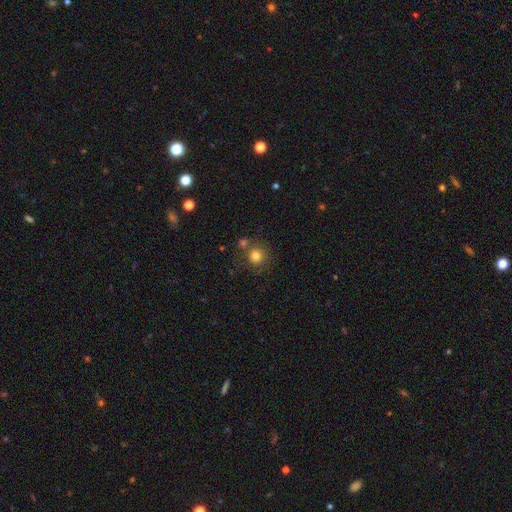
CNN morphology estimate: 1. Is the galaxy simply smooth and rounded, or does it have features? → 81% smooth, 11% star or artifact, 8% featured or disk.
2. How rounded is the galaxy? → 92% round, 7% in between, 1% cigar-shaped.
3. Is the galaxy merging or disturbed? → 68% none, 16% merger, 10% minor disturbance, 5% major disturbance.